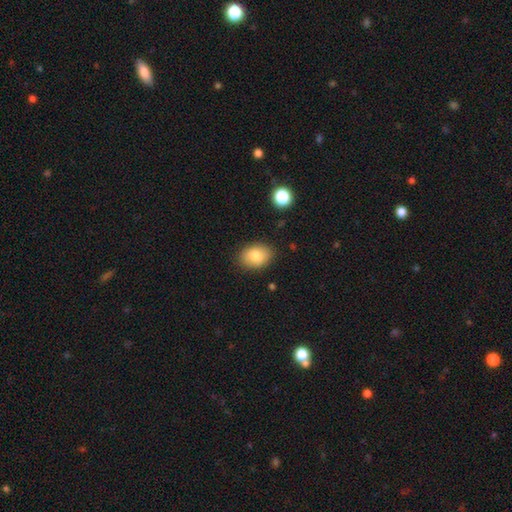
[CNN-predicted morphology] This appears to be a smooth galaxy with no disk features (82%) that is in between round and cigar-shaped (73%). Merging: none (85%).